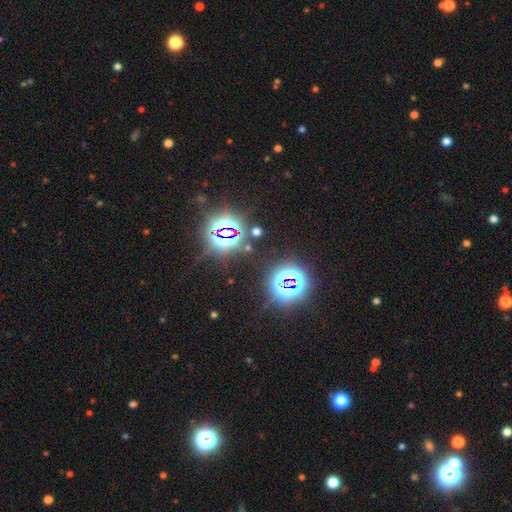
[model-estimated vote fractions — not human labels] Overall: star or artifact (81%).